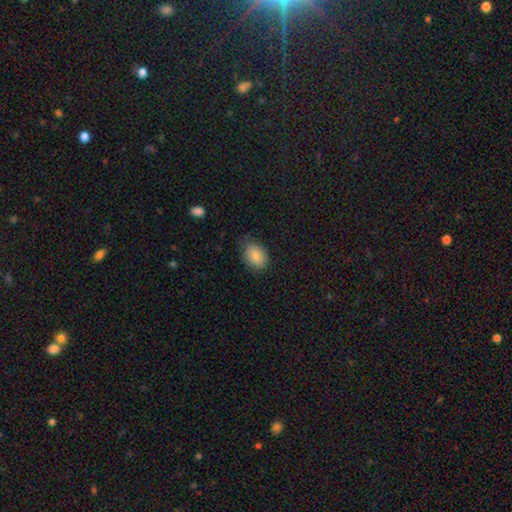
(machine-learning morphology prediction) Smooth or featured? Predicted: smooth (p=0.85). How rounded? Predicted: in between (p=0.72). Merging? Predicted: none (p=0.68).